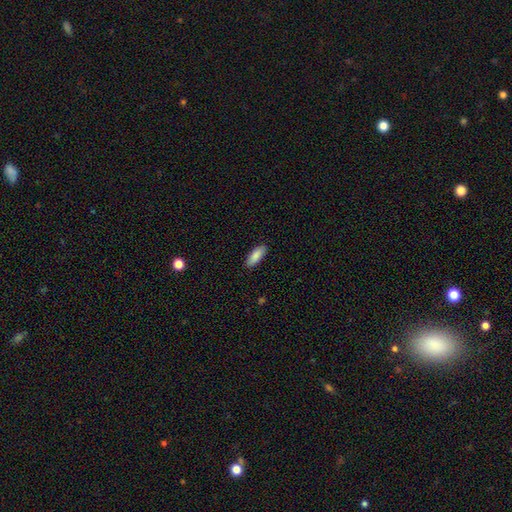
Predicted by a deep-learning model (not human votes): smooth_or_featured: smooth (p=0.88) [alt: featured or disk p=0.06]
how_rounded: in between (p=0.72) [alt: cigar-shaped p=0.27]
merging: none (p=0.89) [alt: minor disturbance p=0.08]